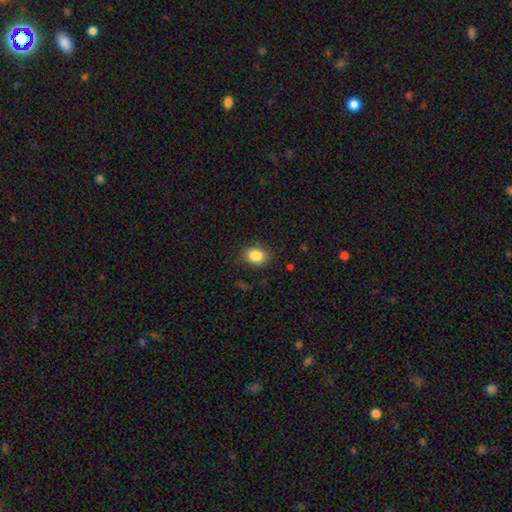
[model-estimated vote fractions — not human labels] A smooth galaxy with no disk features (86%) that is in between round and cigar-shaped (57%).

Vote fractions:
- Smooth or featured? smooth: 86% / star or artifact: 9% / featured or disk: 5%
- How rounded? in between: 57% / round: 42% / cigar-shaped: 1%
- Merging? none: 80% / minor disturbance: 15% / major disturbance: 4% / merger: 1%